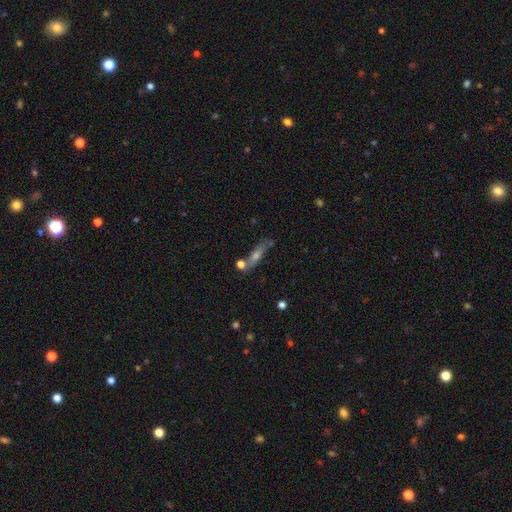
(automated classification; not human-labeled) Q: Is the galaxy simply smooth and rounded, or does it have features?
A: featured or disk — 46%.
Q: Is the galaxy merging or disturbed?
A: none — 63%.